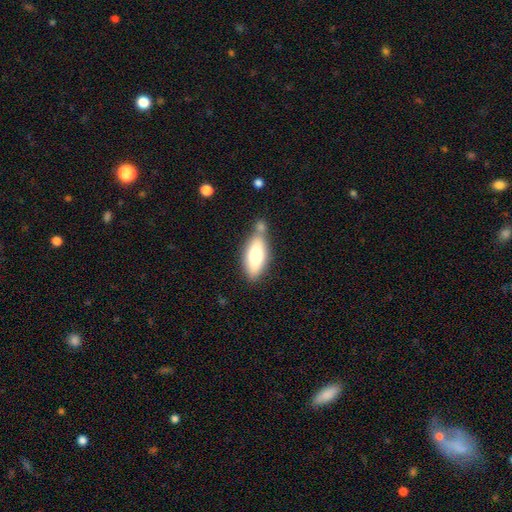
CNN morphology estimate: smooth 69%, featured or disk 25%, star or artifact 6%. Down the decision tree: how rounded — in between (77%); merging — none (56%).